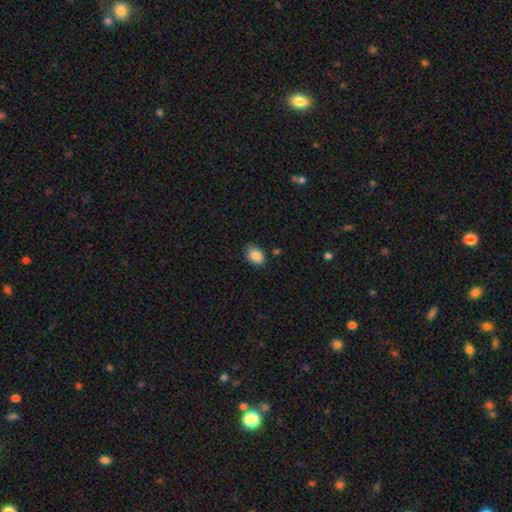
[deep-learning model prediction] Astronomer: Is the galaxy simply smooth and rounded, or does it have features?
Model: smooth — 86%.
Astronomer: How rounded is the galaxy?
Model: in between — 78%.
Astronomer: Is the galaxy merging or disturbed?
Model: none — 75%.